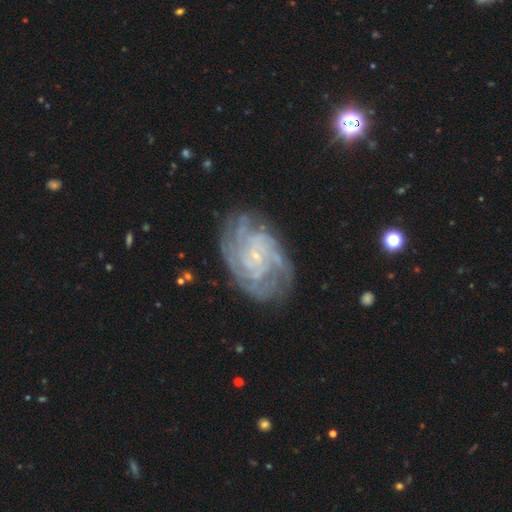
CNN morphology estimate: Smooth or featured? Predicted: featured or disk (p=0.87). Edge-on disk? Predicted: no (p=0.97). Bar? Predicted: no (p=0.68). Spiral arms? Predicted: yes (p=0.97). Spiral winding? Predicted: tight (p=0.70). Spiral arm count? Predicted: can't tell (p=0.27). Bulge size? Predicted: small (p=0.85). Merging? Predicted: none (p=0.76).